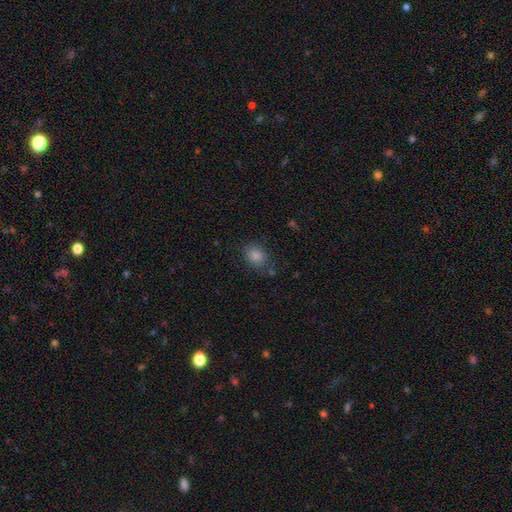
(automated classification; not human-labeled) Morphology: type=smooth (85%); roundness=in between (52%); merging=none (77%).